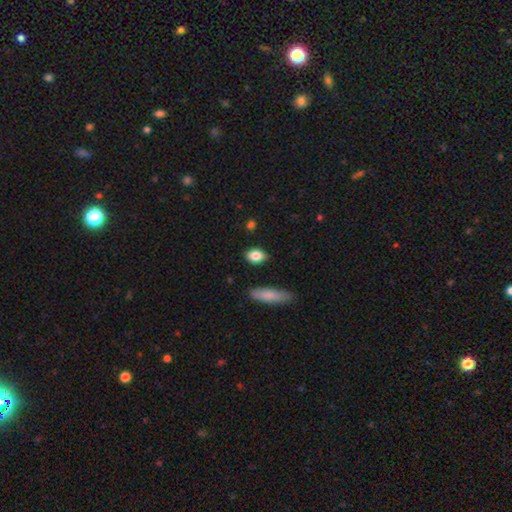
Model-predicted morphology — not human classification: A smooth galaxy with no disk features (84%) that is in between round and cigar-shaped (77%).

Vote fractions:
- Smooth or featured? smooth: 84% / featured or disk: 8% / star or artifact: 8%
- How rounded? in between: 77% / round: 18% / cigar-shaped: 5%
- Merging? none: 84% / minor disturbance: 11% / major disturbance: 2% / merger: 2%